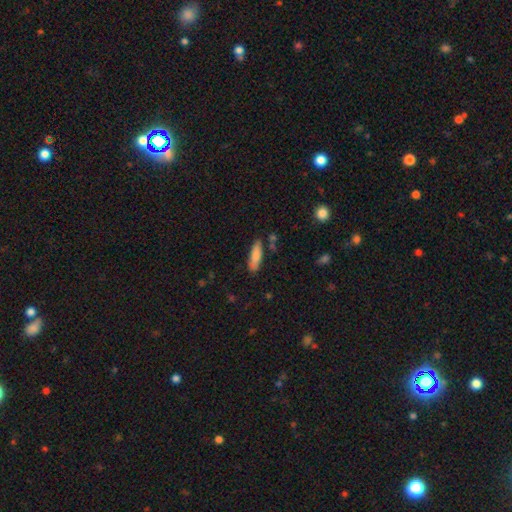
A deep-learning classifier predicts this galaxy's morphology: Smooth or featured? smooth (83%)
How rounded? cigar-shaped (57%)
Merging? none (79%)